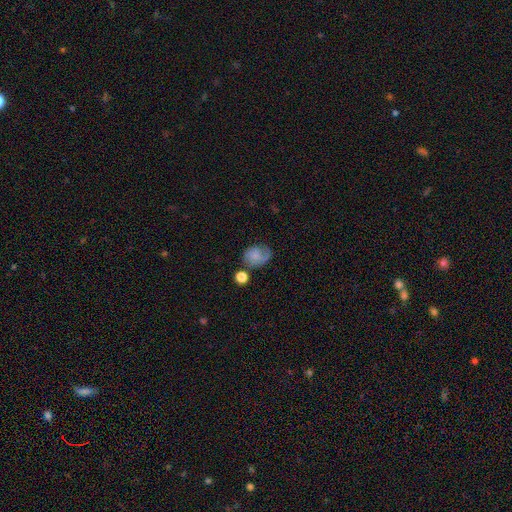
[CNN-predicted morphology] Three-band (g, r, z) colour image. It shows a smooth galaxy with no disk features (61%) that is in between round and cigar-shaped (56%). Merging: none (50%).